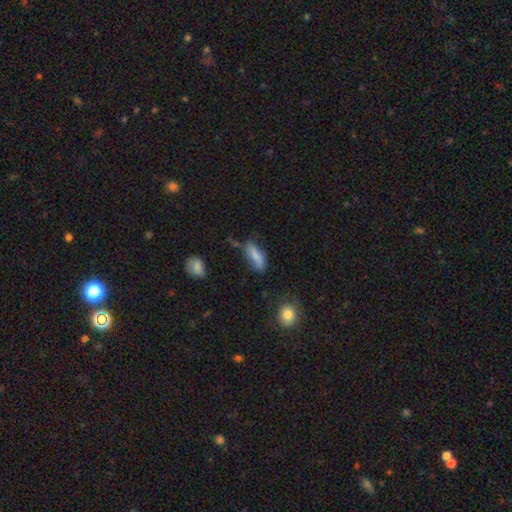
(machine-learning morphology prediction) This appears to be a smooth galaxy with no disk features (81%) that is in between round and cigar-shaped (67%). Merging: none (60%).